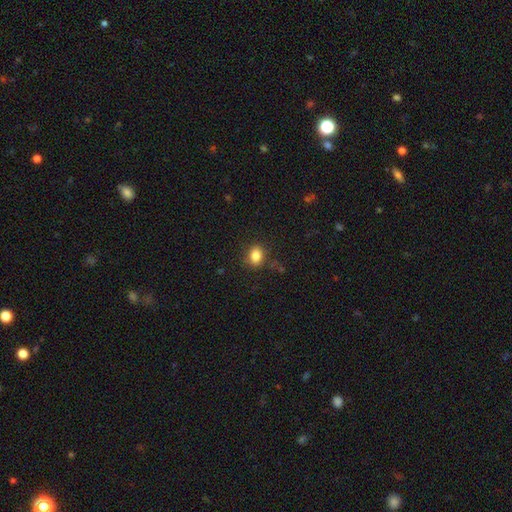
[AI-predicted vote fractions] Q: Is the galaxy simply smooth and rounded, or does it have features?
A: smooth — 84%.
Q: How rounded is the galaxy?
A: in between — 60%.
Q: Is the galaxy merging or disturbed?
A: none — 81%.